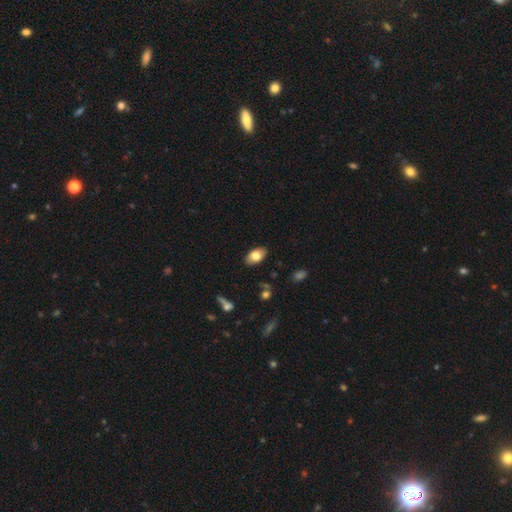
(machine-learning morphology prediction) type=smooth (77%); roundness=in between (93%); merging=none (87%).